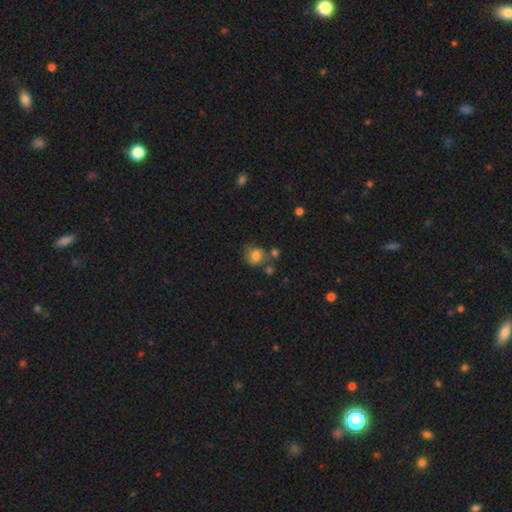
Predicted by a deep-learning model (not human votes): This is likely a smooth galaxy (75%). How rounded: likely round (65%). Merging: possibly none (52%).